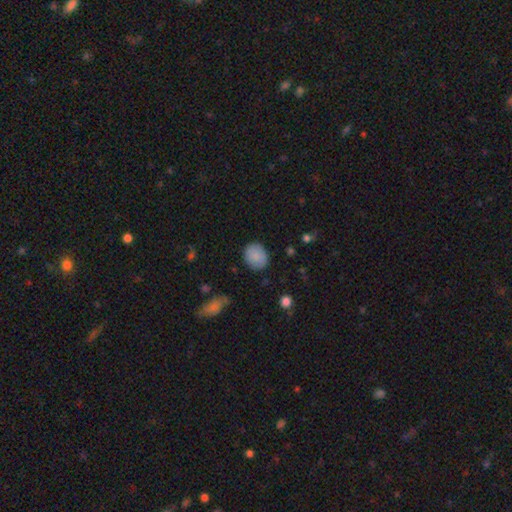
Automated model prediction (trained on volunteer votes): The model was most divided on "how rounded": round: 58%, in between: 41%, cigar-shaped: 1%. More confident: smooth or featured — smooth (86%); merging — none (84%).